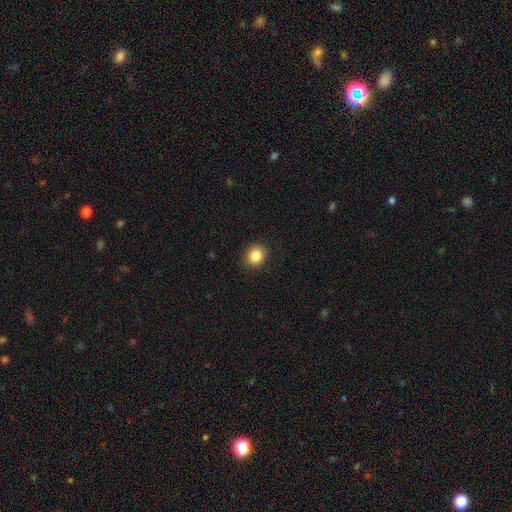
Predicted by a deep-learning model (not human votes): Smooth or featured? Predicted: smooth (p=0.86). How rounded? Predicted: round (p=0.77). Merging? Predicted: none (p=0.90).